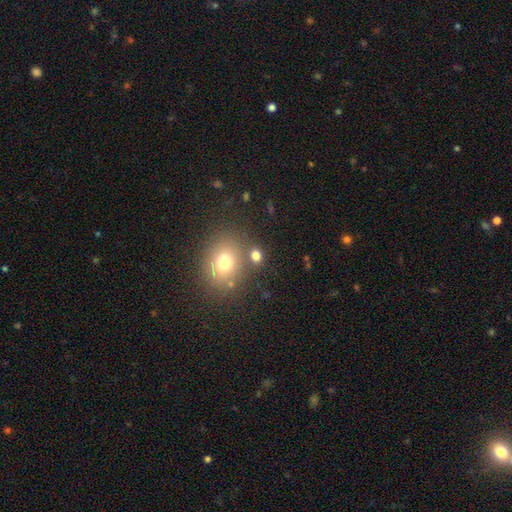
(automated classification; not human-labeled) Q: Smooth or featured?
A: smooth (75%); runner-up: star or artifact (15%)
Q: How rounded?
A: round (58%); runner-up: in between (40%)
Q: Merging?
A: none (69%); runner-up: merger (16%)